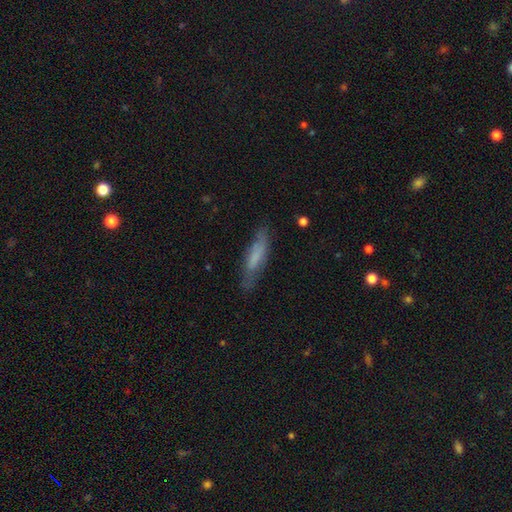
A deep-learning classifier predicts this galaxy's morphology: A smooth galaxy with no disk features (62%) that is cigar-shaped (73%). Merging: none (72%).